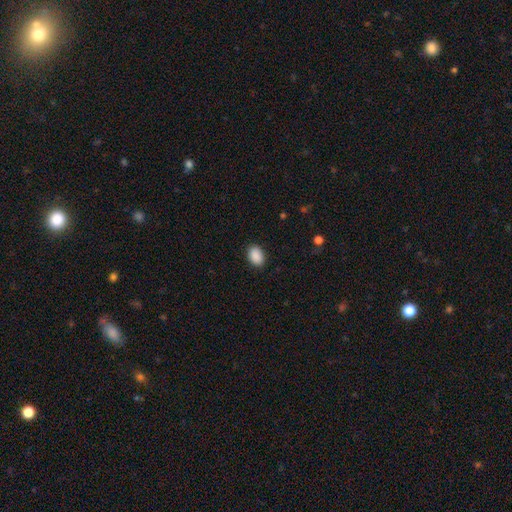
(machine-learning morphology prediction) The model was most divided on "how rounded": in between: 80%, round: 19%, cigar-shaped: 1%. More confident: smooth or featured — smooth (90%); merging — none (89%).